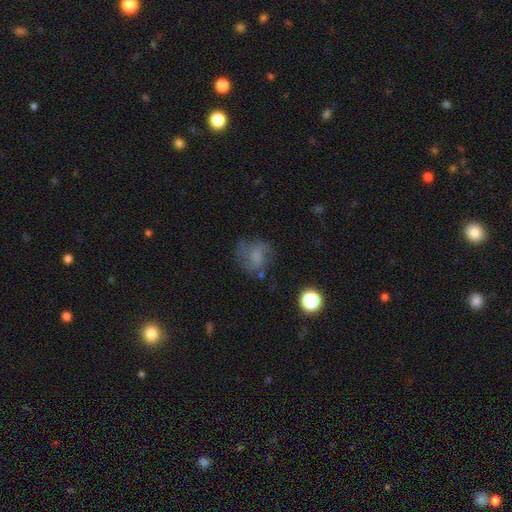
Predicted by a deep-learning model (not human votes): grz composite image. It shows a smooth galaxy with no disk features (52%) that is round (60%). Merging: none (49%).